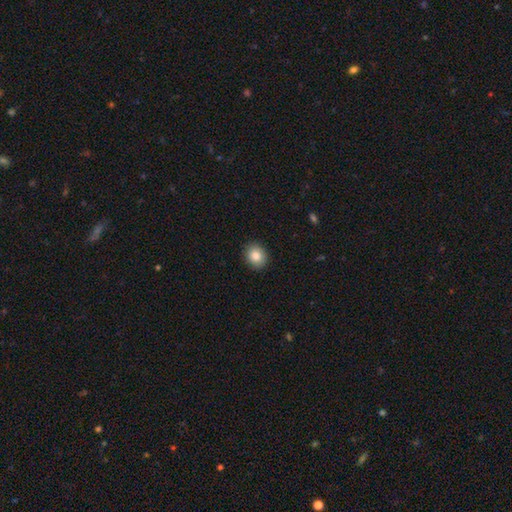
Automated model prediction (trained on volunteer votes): This appears to be a smooth galaxy with no disk features (86%) that is round (72%). Merging: none (91%).